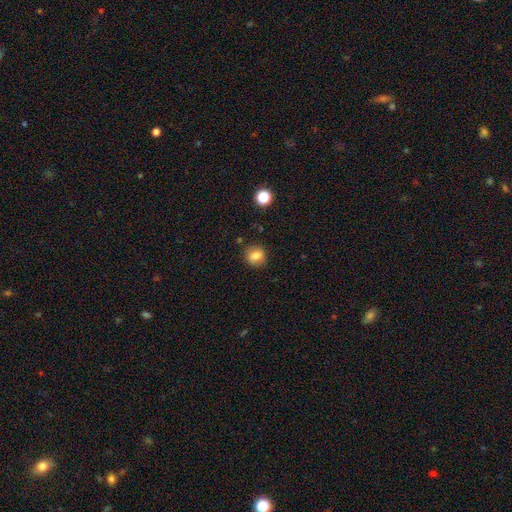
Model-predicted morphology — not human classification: A smooth galaxy with no disk features (76%) that is round (69%).

Vote fractions:
- Smooth or featured? smooth: 76% / featured or disk: 13% / star or artifact: 11%
- How rounded? round: 69% / in between: 30% / cigar-shaped: 1%
- Merging? none: 82% / minor disturbance: 13% / major disturbance: 4% / merger: 2%